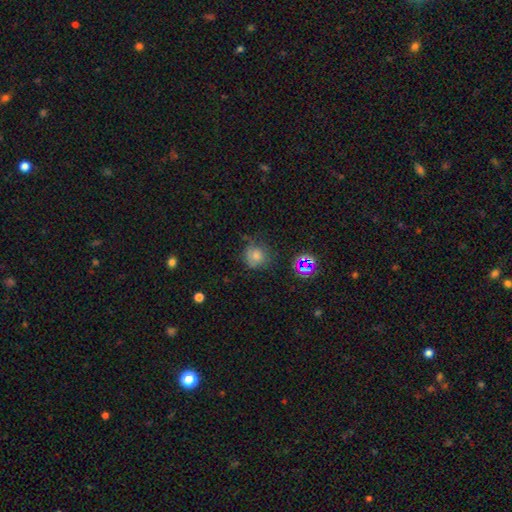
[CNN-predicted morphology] smooth-or-featured: smooth: 67% | star or artifact: 21% | featured or disk: 12%
  how-rounded: round: 87% | in between: 12% | cigar-shaped: 1%
  merging: none: 65% | minor disturbance: 24% | major disturbance: 8% | merger: 3%